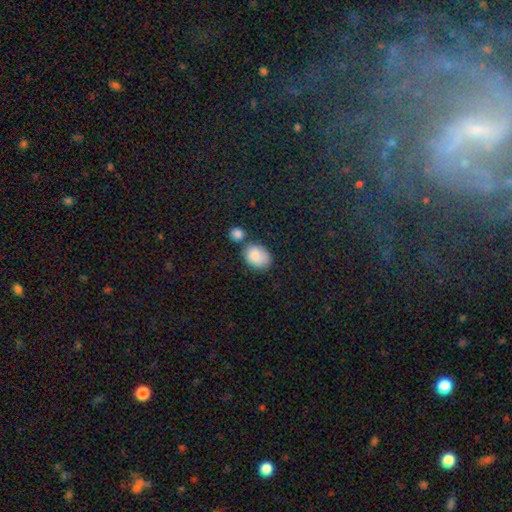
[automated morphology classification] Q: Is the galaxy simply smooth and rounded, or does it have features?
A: smooth — 86%.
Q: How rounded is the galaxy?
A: in between — 74%.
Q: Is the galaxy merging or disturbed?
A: none — 56%.